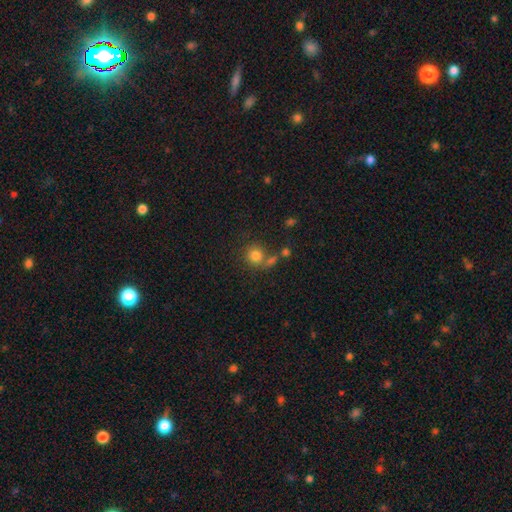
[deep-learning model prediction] smooth 80%, star or artifact 12%, featured or disk 8%. Down the decision tree: how rounded — round (87%); merging — none (59%).